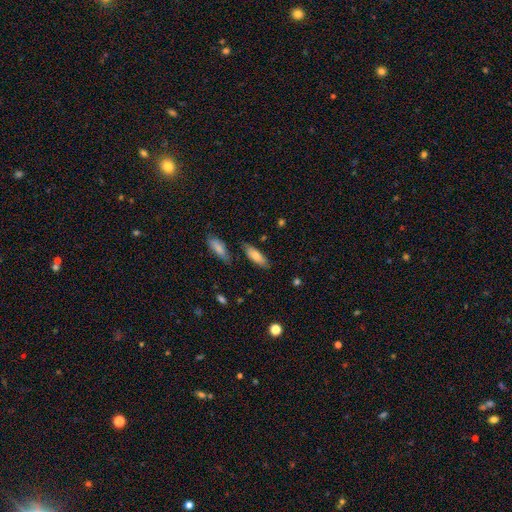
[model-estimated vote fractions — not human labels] Smooth or featured: smooth — 76% (featured or disk — 18%)
How rounded: in between — 60% (cigar-shaped — 38%)
Merging: none — 75% (minor disturbance — 15%)